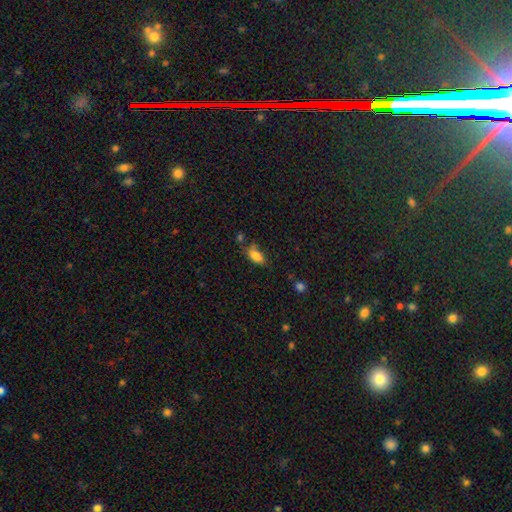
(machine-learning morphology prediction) Smooth or featured? Predicted: smooth (p=0.82). How rounded? Predicted: in between (p=0.89). Merging? Predicted: none (p=0.57).